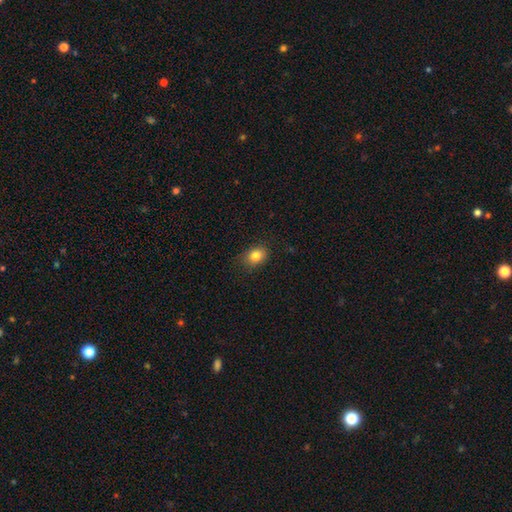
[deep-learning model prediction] A smooth galaxy with no disk features (83%) that is in between round and cigar-shaped (58%). Merging: none (83%).